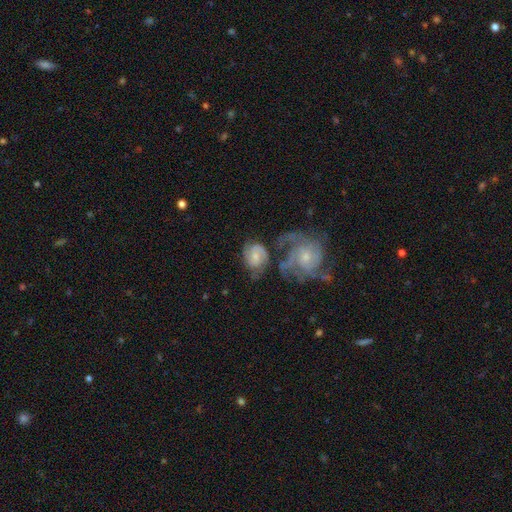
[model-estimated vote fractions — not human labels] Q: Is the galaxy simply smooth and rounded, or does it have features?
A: featured or disk — 70%.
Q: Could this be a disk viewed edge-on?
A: no — 97%.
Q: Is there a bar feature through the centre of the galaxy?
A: no — 61%.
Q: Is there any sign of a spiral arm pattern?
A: yes — 92%.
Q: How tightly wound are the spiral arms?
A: tight — 49%.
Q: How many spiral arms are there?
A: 2 — 42%.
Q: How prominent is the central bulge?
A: small — 55%.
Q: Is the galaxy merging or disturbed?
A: none — 39%.